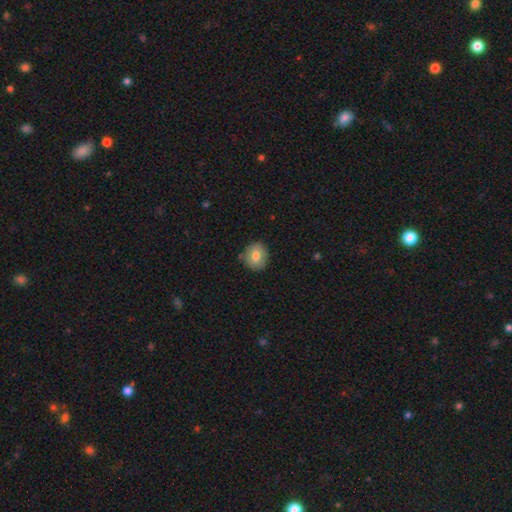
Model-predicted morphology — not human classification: Smooth or featured: smooth — 75% (featured or disk — 17%)
How rounded: round — 73% (in between — 26%)
Merging: none — 80% (minor disturbance — 15%)